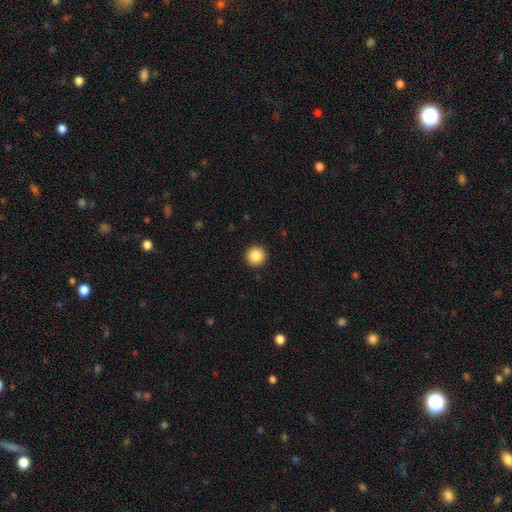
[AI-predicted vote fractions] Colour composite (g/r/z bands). It shows a smooth galaxy with no disk features (88%) that is round (96%). Merging: none (93%).